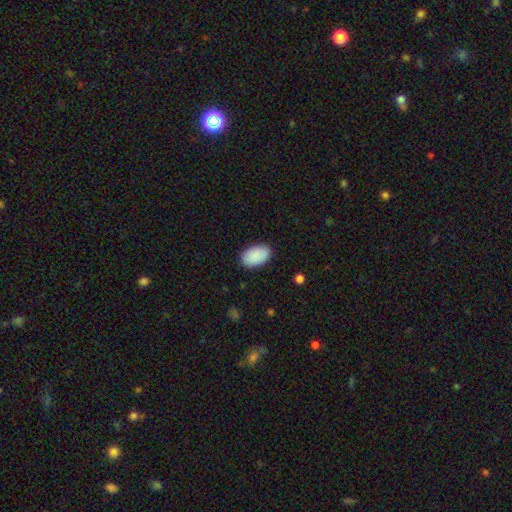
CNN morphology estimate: type=smooth (91%); roundness=in between (95%); merging=none (88%).